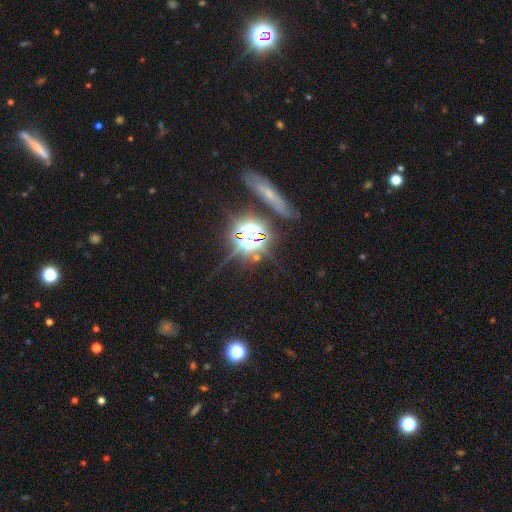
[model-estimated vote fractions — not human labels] Morphology: type=star or artifact (75%).